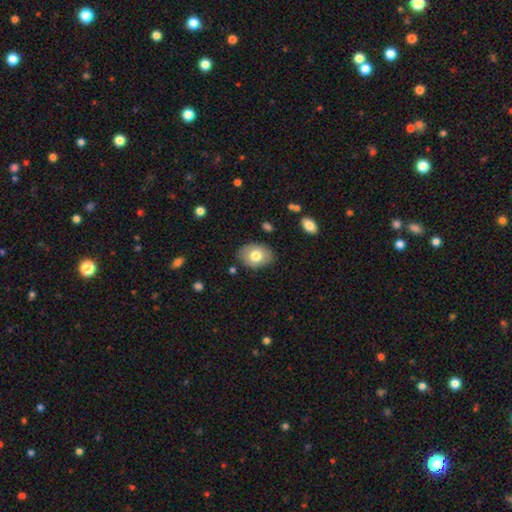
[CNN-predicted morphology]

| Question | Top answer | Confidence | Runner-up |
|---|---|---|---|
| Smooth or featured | smooth | 73% | featured or disk (20%) |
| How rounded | in between | 74% | round (25%) |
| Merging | none | 81% | minor disturbance (14%) |